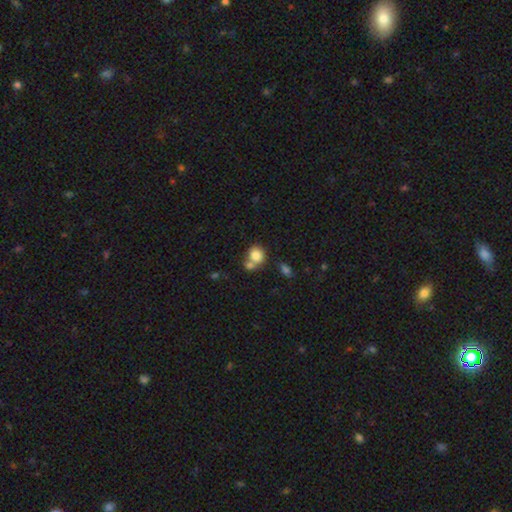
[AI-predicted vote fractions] This appears to be a smooth galaxy with no disk features (81%) that is round (74%). Merging: merger (47%).